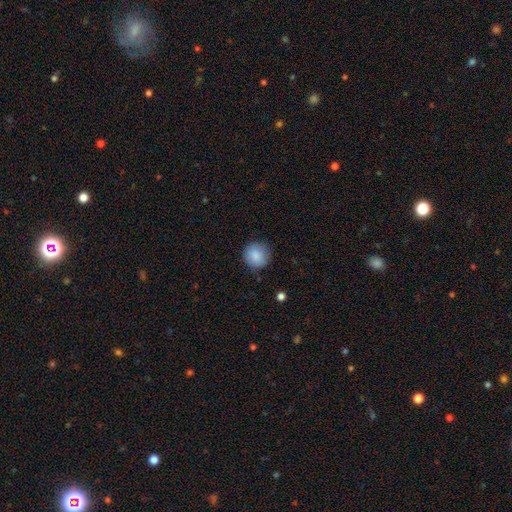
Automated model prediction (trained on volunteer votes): Smooth or featured? smooth (87%)
How rounded? round (92%)
Merging? none (85%)